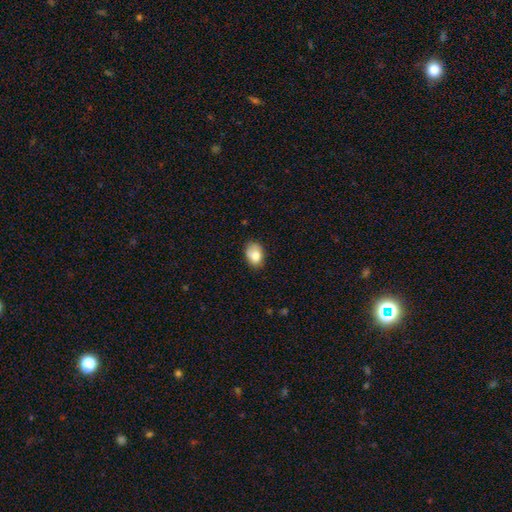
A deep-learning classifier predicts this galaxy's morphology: The model was most divided on "merging": none: 68%, minor disturbance: 25%, major disturbance: 5%, merger: 1%. More confident: smooth or featured — smooth (82%); how rounded — in between (78%).